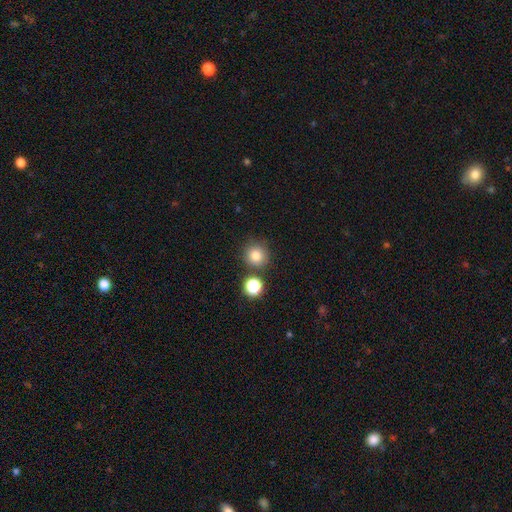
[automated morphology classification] A smooth galaxy with no disk features (80%) that is round (93%).

Vote fractions:
- Smooth or featured? smooth: 80% / star or artifact: 13% / featured or disk: 6%
- How rounded? round: 93% / in between: 6% / cigar-shaped: 1%
- Merging? none: 79% / merger: 9% / minor disturbance: 8% / major disturbance: 3%